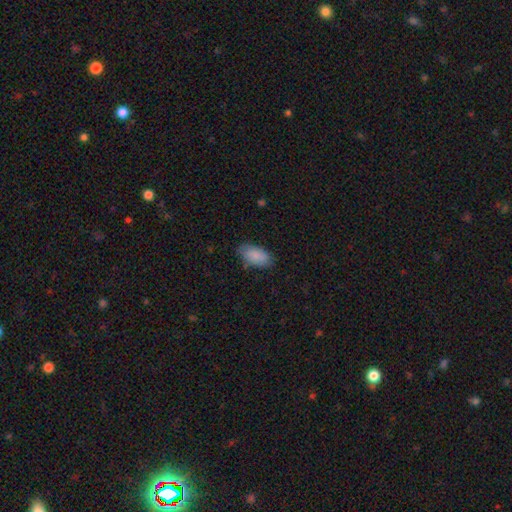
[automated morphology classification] A smooth galaxy with no disk features (88%) that is in between round and cigar-shaped (93%). Merging: none (77%).